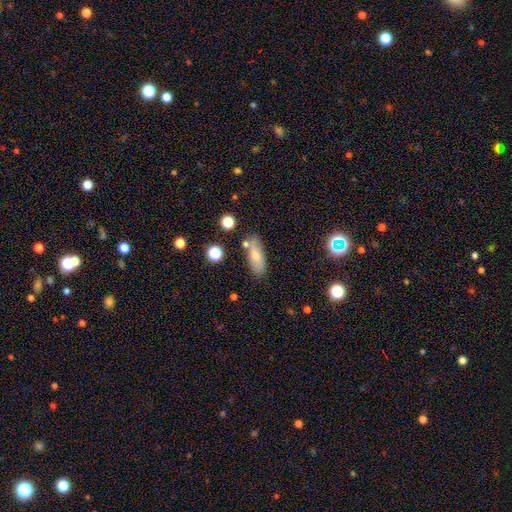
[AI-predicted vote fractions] Smooth or featured? Predicted: smooth (p=0.68). How rounded? Predicted: in between (p=0.73). Merging? Predicted: none (p=0.74).